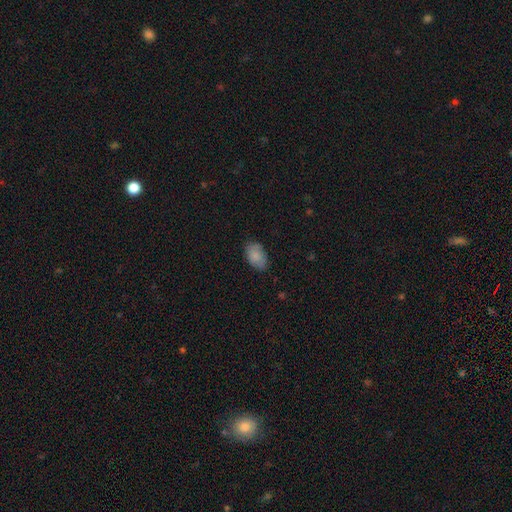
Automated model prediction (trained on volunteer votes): Q: Smooth or featured?
A: smooth (85%); runner-up: featured or disk (8%)
Q: How rounded?
A: in between (91%); runner-up: round (8%)
Q: Merging?
A: none (78%); runner-up: minor disturbance (18%)